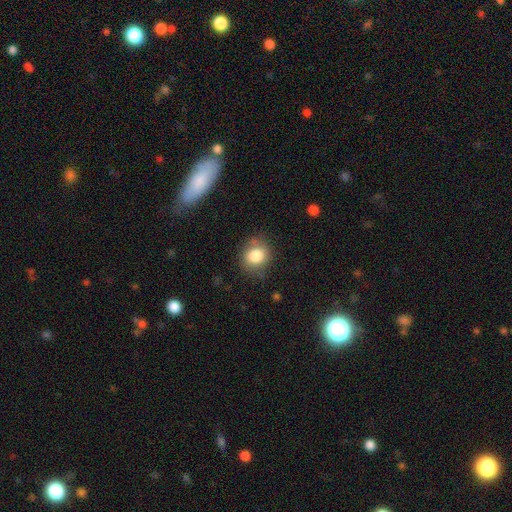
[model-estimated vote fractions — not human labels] The model was most divided on "how rounded": round: 74%, in between: 25%, cigar-shaped: 1%. More confident: smooth or featured — smooth (83%); merging — none (73%).